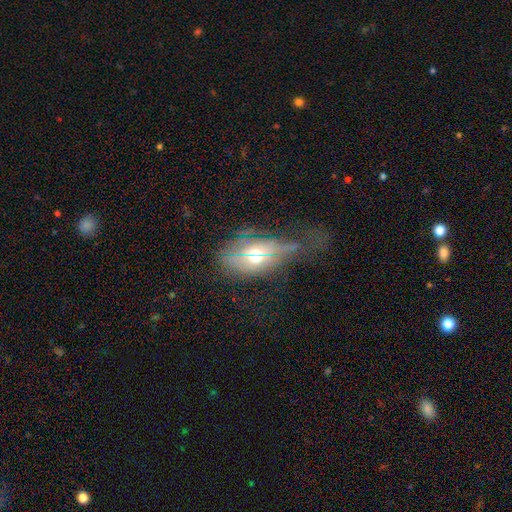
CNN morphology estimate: featured or disk 47%, smooth 41%, star or artifact 11%. Down the decision tree: merging — major disturbance (46%).